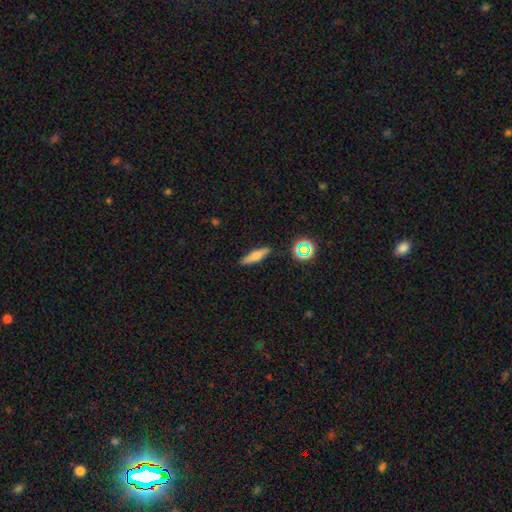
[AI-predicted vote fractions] Smooth or featured: smooth — 56% (featured or disk — 33%)
How rounded: cigar-shaped — 73% (in between — 23%)
Merging: none — 88% (minor disturbance — 9%)